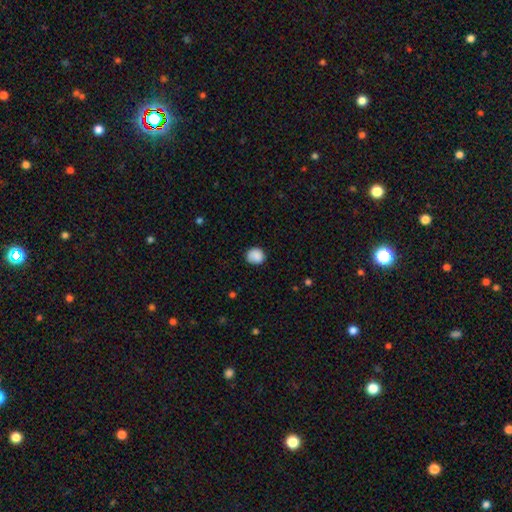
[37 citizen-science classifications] A smooth galaxy with no disk features (92%) that is round (91%). Merging: none (86%).